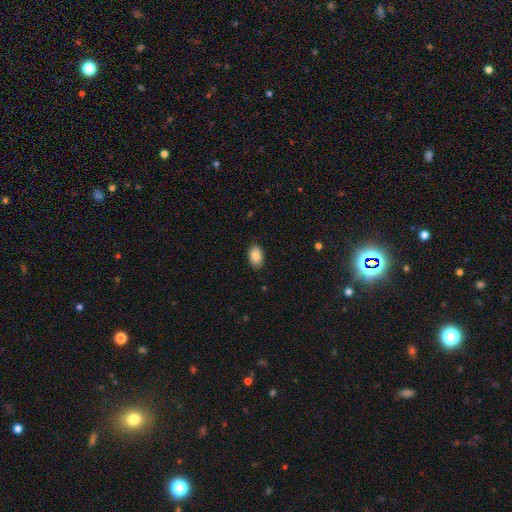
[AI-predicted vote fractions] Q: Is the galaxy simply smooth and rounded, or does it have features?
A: smooth — 87%.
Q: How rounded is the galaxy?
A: in between — 89%.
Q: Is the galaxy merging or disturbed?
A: none — 85%.